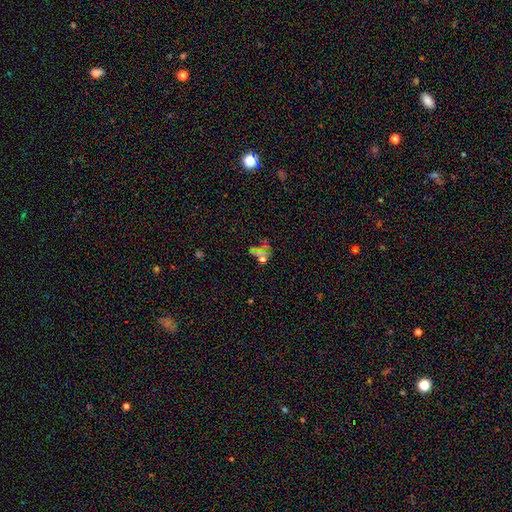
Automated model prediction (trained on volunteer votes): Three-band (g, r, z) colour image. It shows a star or artifact, not a galaxy (58%).